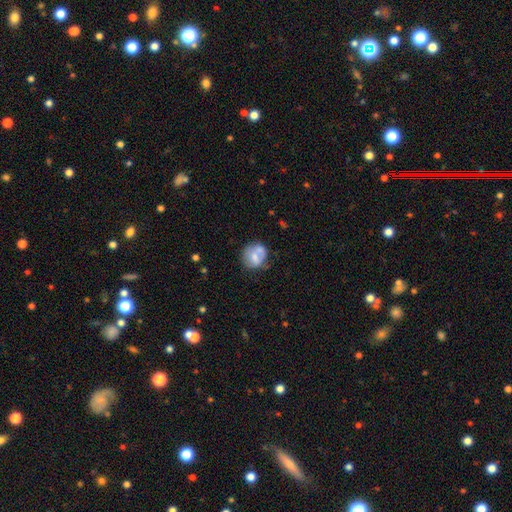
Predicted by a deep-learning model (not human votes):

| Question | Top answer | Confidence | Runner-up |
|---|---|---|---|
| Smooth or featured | smooth | 61% | featured or disk (32%) |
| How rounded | round | 75% | in between (24%) |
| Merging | none | 45% | merger (25%) |